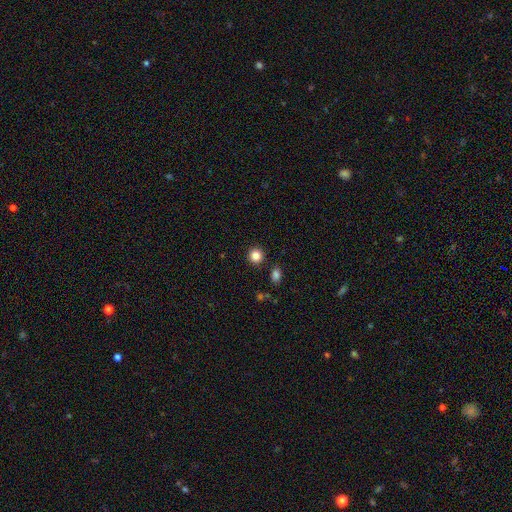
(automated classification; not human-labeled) Smooth or featured: smooth — 85% (star or artifact — 11%)
How rounded: round — 92% (in between — 7%)
Merging: none — 89% (minor disturbance — 6%)